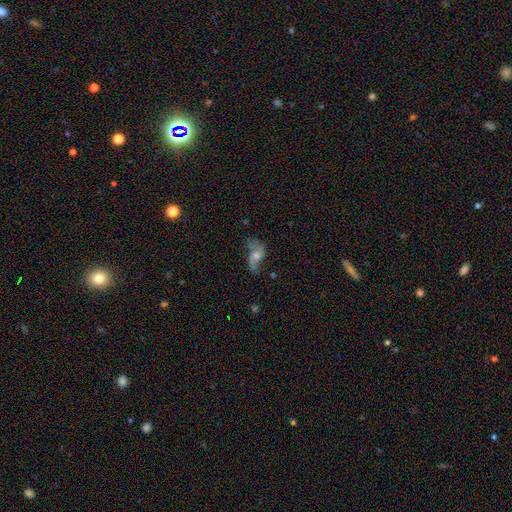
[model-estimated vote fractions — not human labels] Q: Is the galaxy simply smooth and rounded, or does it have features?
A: featured or disk — 69%.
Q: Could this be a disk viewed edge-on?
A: no — 96%.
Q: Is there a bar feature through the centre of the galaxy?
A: no — 61%.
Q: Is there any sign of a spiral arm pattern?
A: yes — 88%.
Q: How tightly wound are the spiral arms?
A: loose — 79%.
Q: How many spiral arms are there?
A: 2 — 83%.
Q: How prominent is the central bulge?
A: moderate — 44%.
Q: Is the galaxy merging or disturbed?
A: none — 47%.